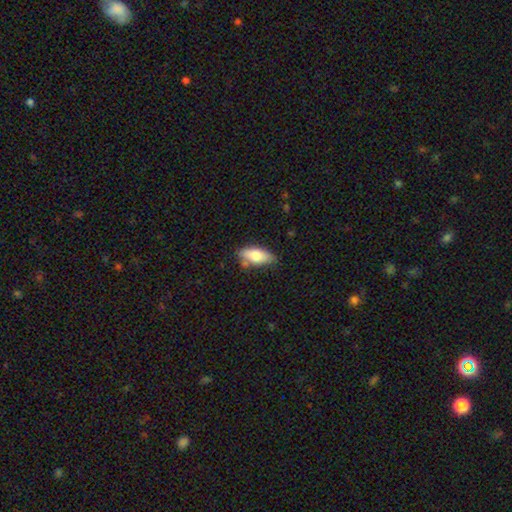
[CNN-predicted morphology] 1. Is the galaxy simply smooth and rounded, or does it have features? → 73% smooth, 20% featured or disk, 6% star or artifact.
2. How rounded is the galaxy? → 82% in between, 15% cigar-shaped, 3% round.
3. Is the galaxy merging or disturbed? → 69% none, 21% minor disturbance, 5% merger, 4% major disturbance.